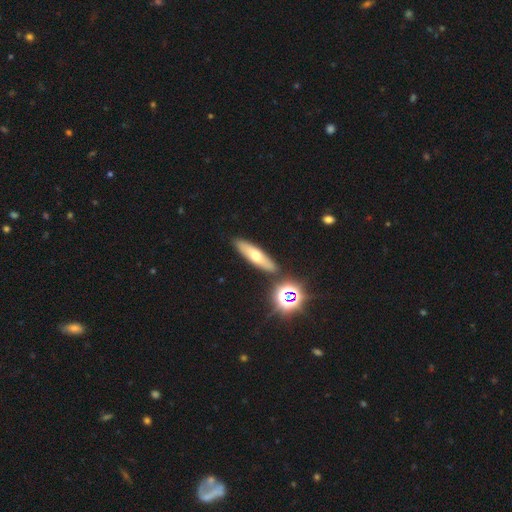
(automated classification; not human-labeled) The model was most divided on "smooth or featured": smooth: 56%, featured or disk: 32%, star or artifact: 12%. More confident: merging — none (85%); how rounded — cigar-shaped (67%).